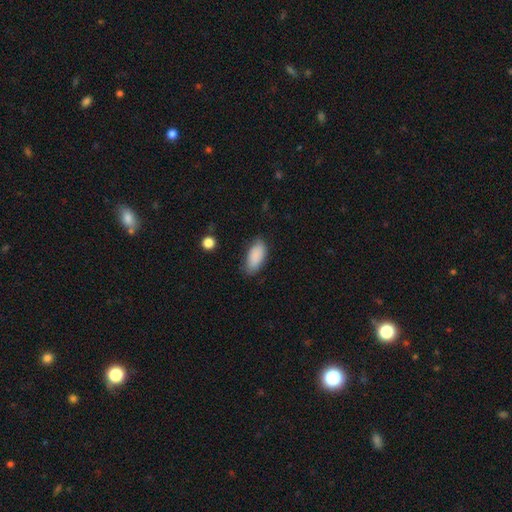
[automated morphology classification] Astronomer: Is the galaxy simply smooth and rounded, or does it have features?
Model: smooth — 88%.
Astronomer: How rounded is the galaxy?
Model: in between — 90%.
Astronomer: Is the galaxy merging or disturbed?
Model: none — 75%.